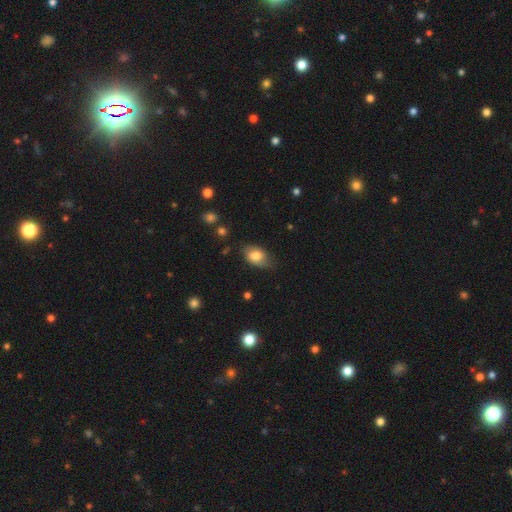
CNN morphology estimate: type=smooth (77%); roundness=in between (84%); merging=none (69%).